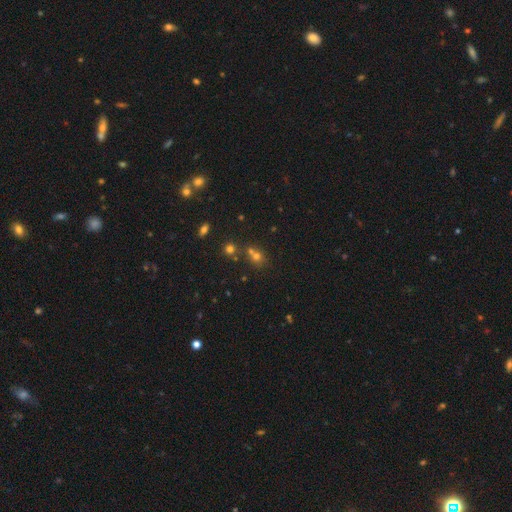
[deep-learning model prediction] smooth_or_featured: smooth (p=0.55) [alt: star or artifact p=0.34]
how_rounded: round (p=0.78) [alt: in between p=0.20]
merging: none (p=0.52) [alt: merger p=0.37]